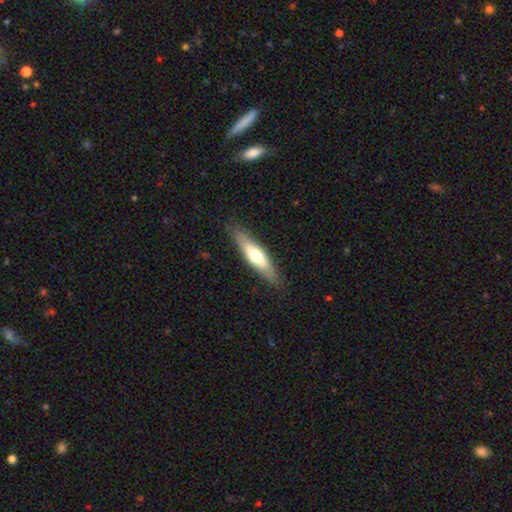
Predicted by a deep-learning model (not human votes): Smooth or featured? Predicted: smooth (p=0.54). How rounded? Predicted: cigar-shaped (p=0.70). Merging? Predicted: none (p=0.86).